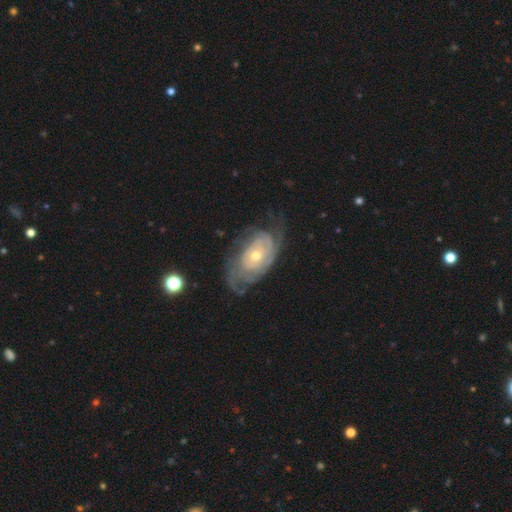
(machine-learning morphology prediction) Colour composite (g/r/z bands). It shows a featured or disk galaxy (85%) with no bar (76%), tight (65%) spiral arms (93%) and a moderate central bulge (48%, tied with small). Merging: none (61%).